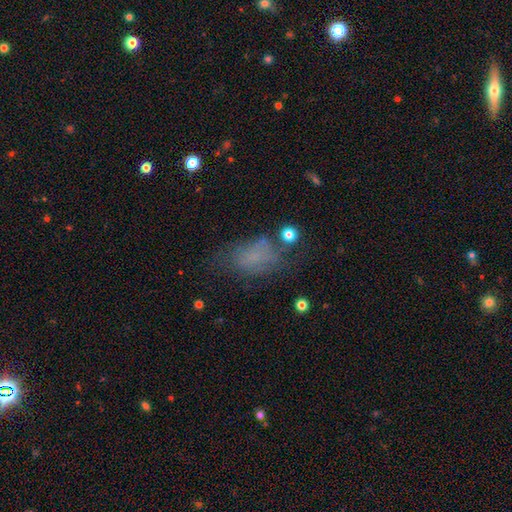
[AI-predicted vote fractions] smooth-or-featured: smooth: 60% | featured or disk: 23% | star or artifact: 17%
  how-rounded: in between: 86% | round: 10% | cigar-shaped: 4%
  merging: none: 46% | minor disturbance: 26% | major disturbance: 23% | merger: 5%